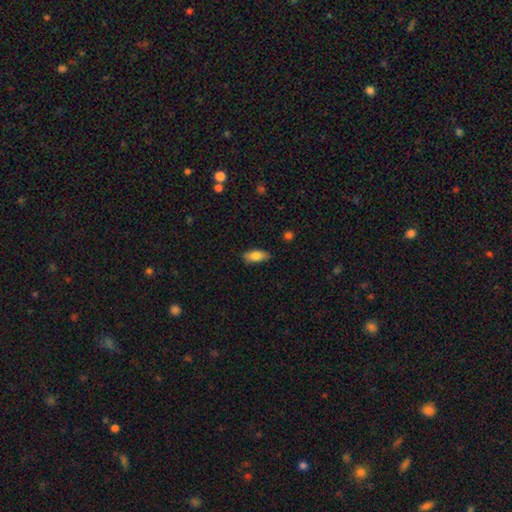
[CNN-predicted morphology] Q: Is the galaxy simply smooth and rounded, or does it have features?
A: smooth — 81%.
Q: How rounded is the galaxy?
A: in between — 83%.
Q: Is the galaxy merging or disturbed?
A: none — 82%.